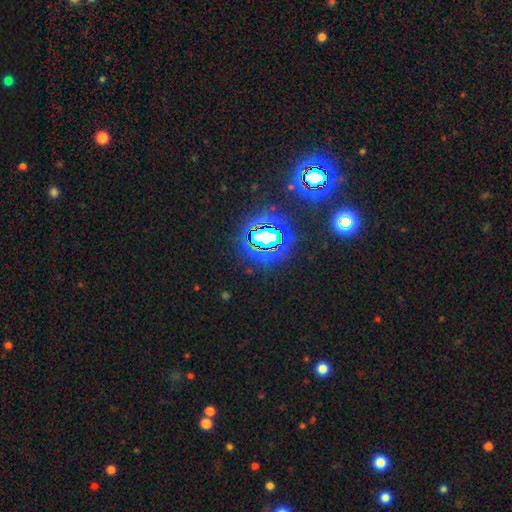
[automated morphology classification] The model was most divided on "smooth or featured": star or artifact: 81%, smooth: 12%, featured or disk: 7%.